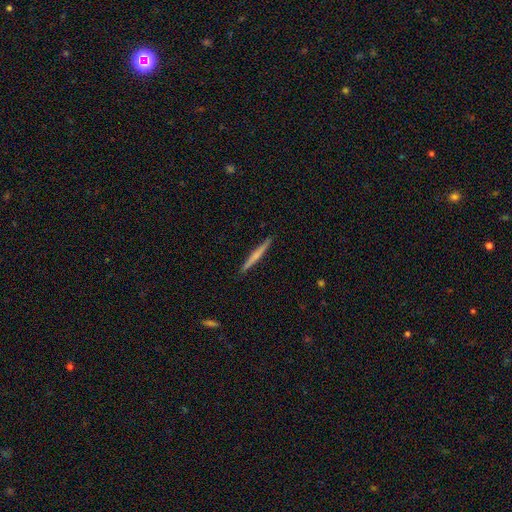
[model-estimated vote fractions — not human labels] This appears to be a smooth galaxy with no disk features (55%) that is cigar-shaped (97%). Merging: none (92%).